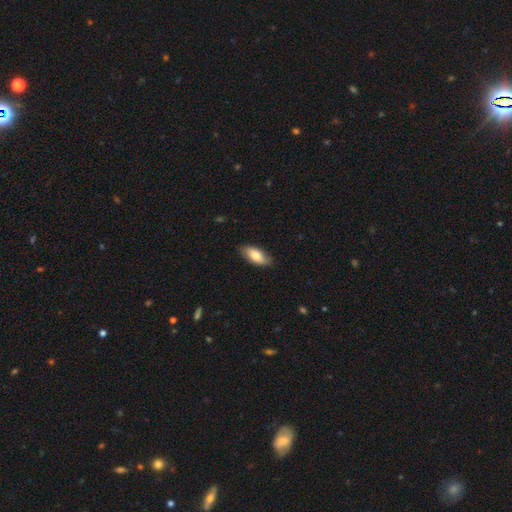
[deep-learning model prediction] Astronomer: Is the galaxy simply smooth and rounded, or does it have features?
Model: smooth — 76%.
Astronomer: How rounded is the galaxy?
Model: in between — 86%.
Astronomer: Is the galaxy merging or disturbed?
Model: none — 84%.